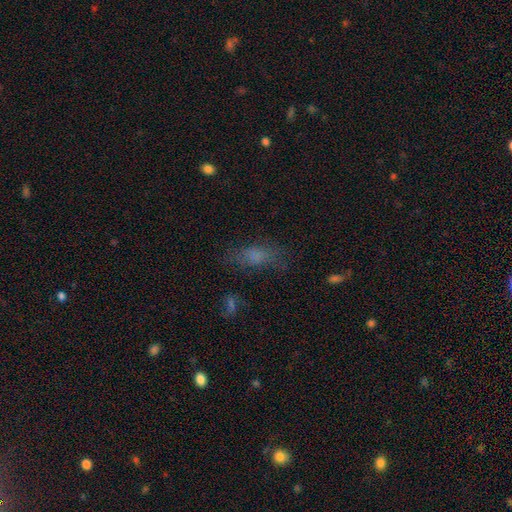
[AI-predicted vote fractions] The model was most divided on "merging": none: 63%, minor disturbance: 20%, major disturbance: 13%, merger: 3%. More confident: how rounded — in between (73%); smooth or featured — smooth (65%).